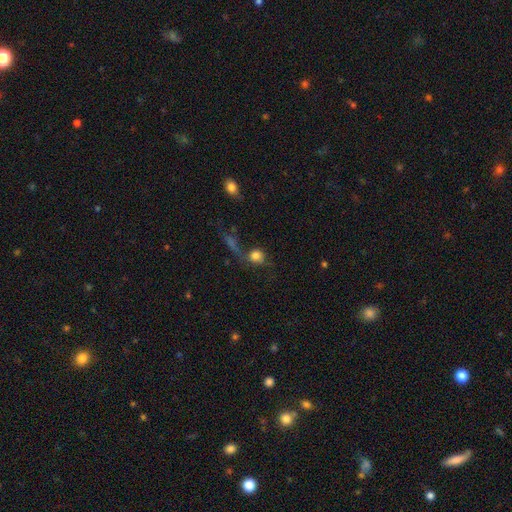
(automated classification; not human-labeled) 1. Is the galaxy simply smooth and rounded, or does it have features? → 74% smooth, 13% star or artifact, 13% featured or disk.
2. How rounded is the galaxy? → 80% round, 17% in between, 3% cigar-shaped.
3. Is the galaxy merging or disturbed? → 43% none, 22% merger, 20% major disturbance, 16% minor disturbance.